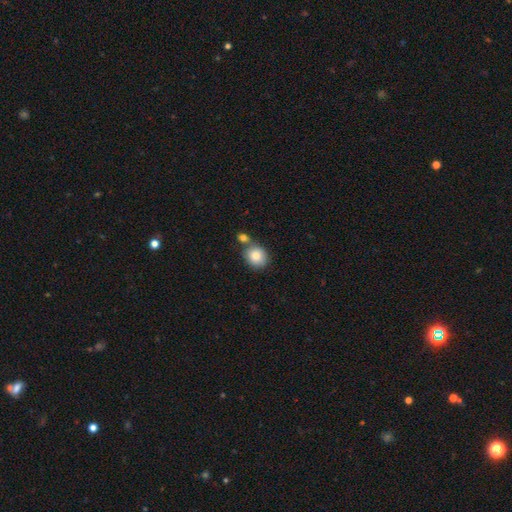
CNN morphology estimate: A smooth galaxy with no disk features (82%) that is round (78%).

Vote fractions:
- Smooth or featured? smooth: 82% / featured or disk: 10% / star or artifact: 8%
- How rounded? round: 78% / in between: 21% / cigar-shaped: 1%
- Merging? none: 56% / merger: 28% / minor disturbance: 12% / major disturbance: 3%